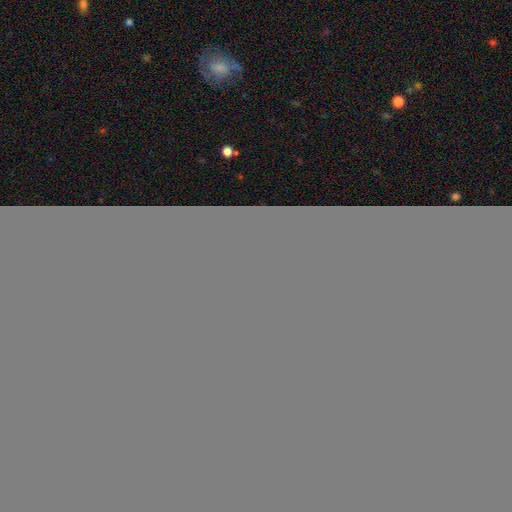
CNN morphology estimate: Smooth or featured? smooth (75%)
How rounded? round (77%)
Merging? none (70%)